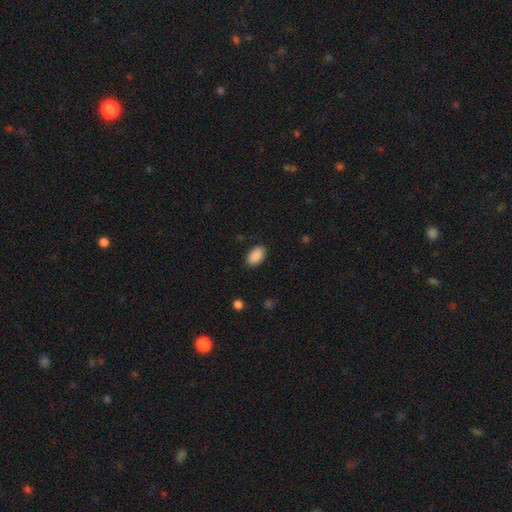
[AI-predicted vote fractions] Q: Smooth or featured?
A: smooth (90%); runner-up: star or artifact (7%)
Q: How rounded?
A: in between (91%); runner-up: round (8%)
Q: Merging?
A: none (87%); runner-up: minor disturbance (9%)